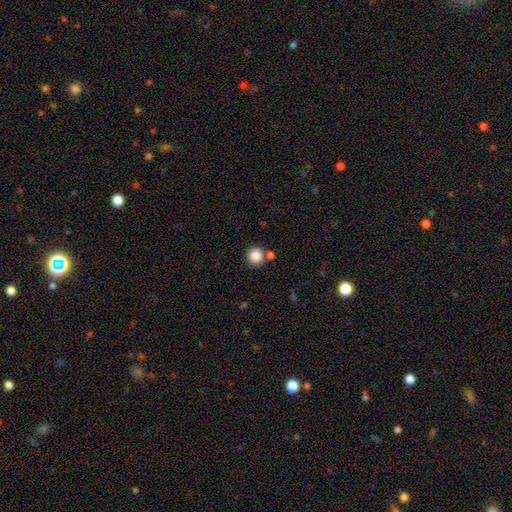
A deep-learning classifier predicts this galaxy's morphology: The model was most divided on "merging": none: 77%, merger: 13%, minor disturbance: 8%, major disturbance: 3%. More confident: how rounded — round (93%); smooth or featured — smooth (86%).